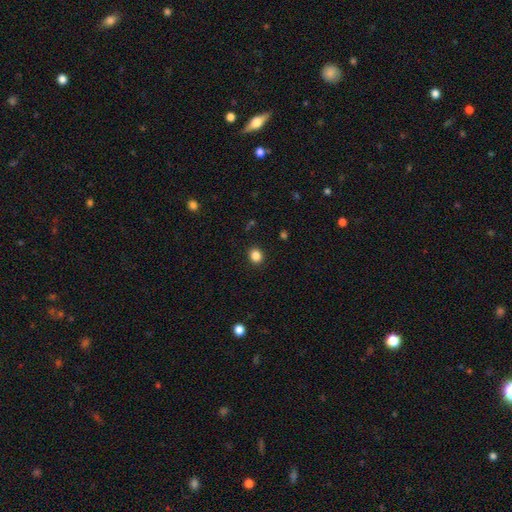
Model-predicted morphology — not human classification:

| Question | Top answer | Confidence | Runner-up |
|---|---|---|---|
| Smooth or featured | smooth | 85% | star or artifact (12%) |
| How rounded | round | 77% | in between (22%) |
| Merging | none | 91% | minor disturbance (6%) |